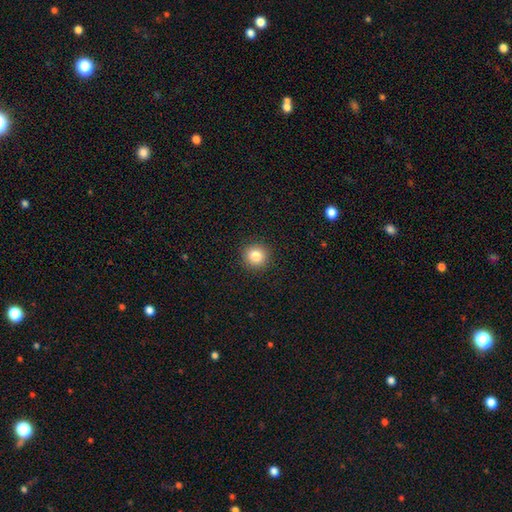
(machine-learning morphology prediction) type=smooth (84%); roundness=round (93%); merging=none (92%).